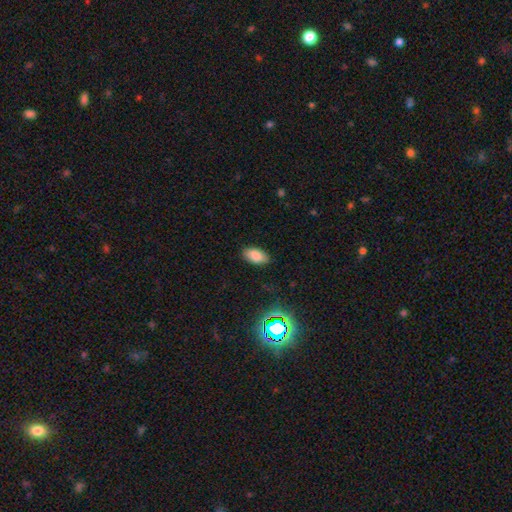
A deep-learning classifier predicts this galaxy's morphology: Smooth or featured: smooth — 82% (star or artifact — 11%)
How rounded: in between — 93% (round — 4%)
Merging: none — 85% (minor disturbance — 11%)